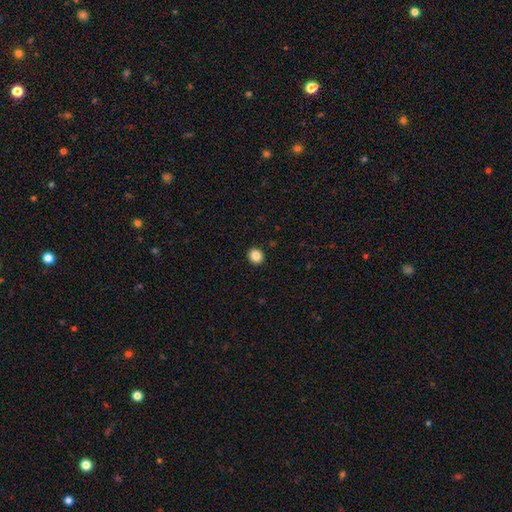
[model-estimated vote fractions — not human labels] This appears to be a smooth galaxy with no disk features (86%) that is round (82%). Merging: none (93%).